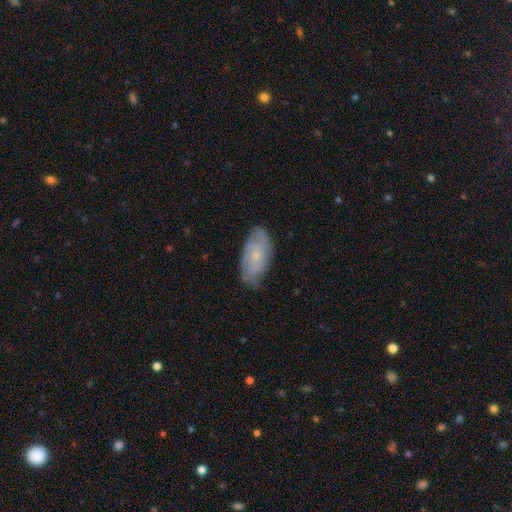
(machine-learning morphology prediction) Smooth or featured? featured or disk (59%)
Edge-on disk? no (93%)
Bar? no (76%)
Spiral arms? yes (85%)
Bulge size? small (75%)
Merging? none (71%)